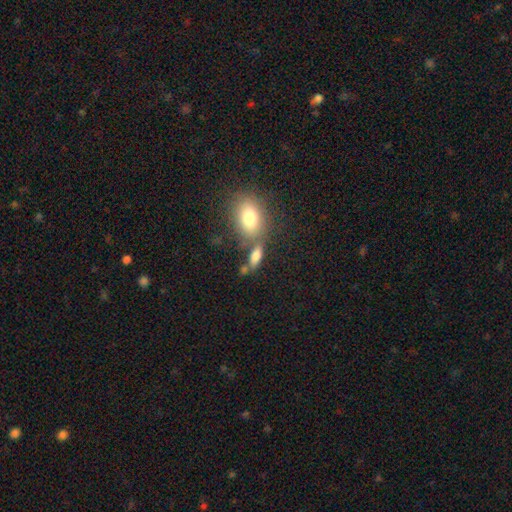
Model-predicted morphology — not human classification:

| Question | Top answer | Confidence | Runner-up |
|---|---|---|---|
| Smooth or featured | smooth | 77% | featured or disk (12%) |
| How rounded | in between | 71% | cigar-shaped (21%) |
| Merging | none | 54% | merger (25%) |